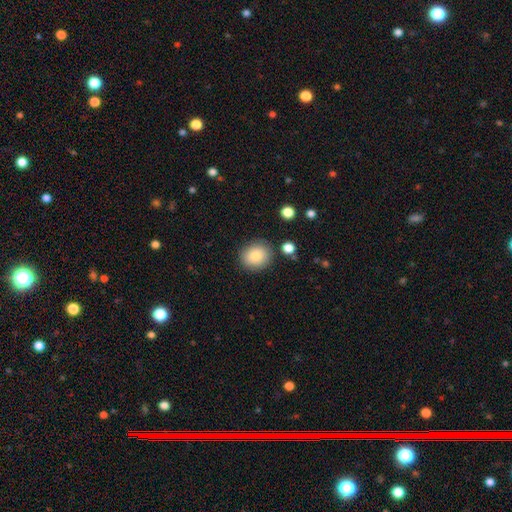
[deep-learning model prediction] This appears to be a smooth galaxy with no disk features (85%) that is round (77%). Merging: none (84%).